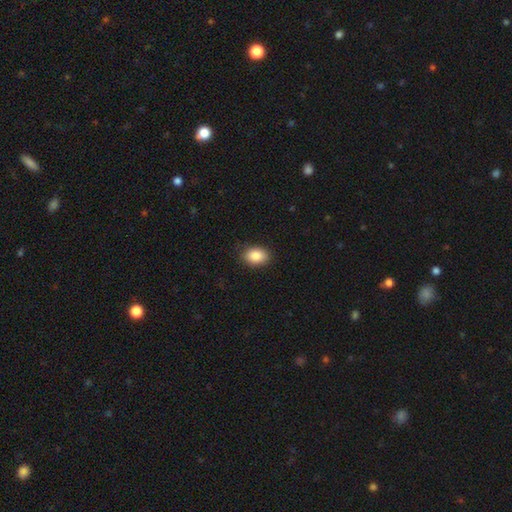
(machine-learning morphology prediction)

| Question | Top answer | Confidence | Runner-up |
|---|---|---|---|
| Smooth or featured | smooth | 88% | star or artifact (8%) |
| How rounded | in between | 82% | round (17%) |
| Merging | none | 87% | minor disturbance (10%) |